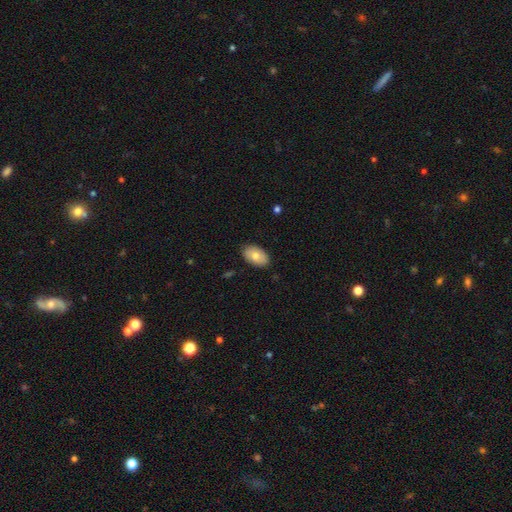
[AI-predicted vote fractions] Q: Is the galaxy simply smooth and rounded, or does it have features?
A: smooth — 76%.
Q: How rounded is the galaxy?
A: in between — 93%.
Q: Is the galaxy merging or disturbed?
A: none — 87%.